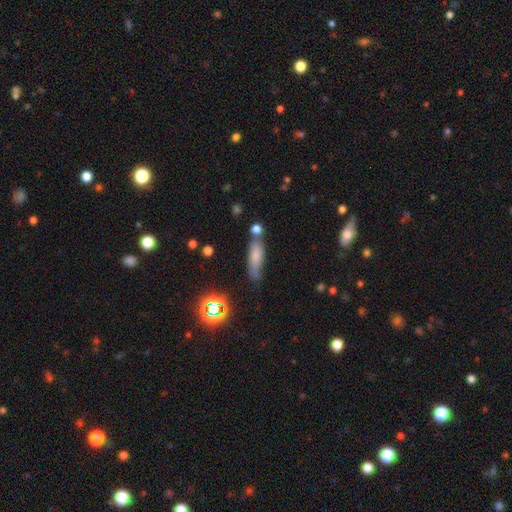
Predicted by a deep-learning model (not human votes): Q: Smooth or featured?
A: smooth (71%); runner-up: featured or disk (16%)
Q: How rounded?
A: in between (50%); runner-up: cigar-shaped (47%)
Q: Merging?
A: none (53%); runner-up: minor disturbance (25%)